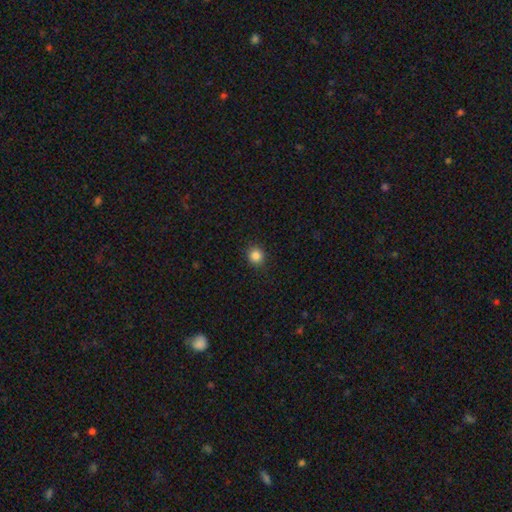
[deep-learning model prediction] Smooth or featured: smooth — 85% (star or artifact — 11%)
How rounded: round — 90% (in between — 9%)
Merging: none — 91% (minor disturbance — 6%)